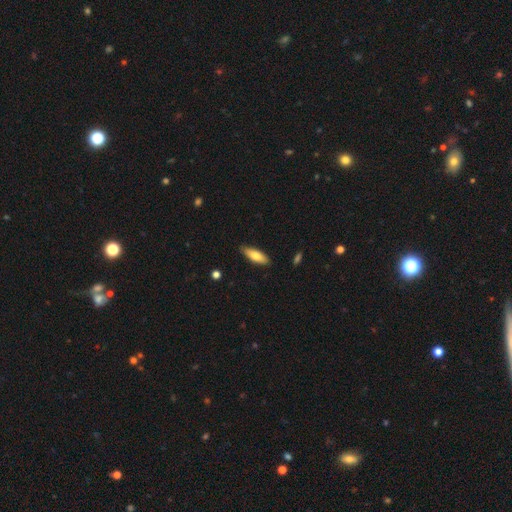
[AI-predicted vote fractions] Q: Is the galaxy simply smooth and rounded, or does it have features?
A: smooth — 76%.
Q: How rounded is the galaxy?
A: in between — 58%.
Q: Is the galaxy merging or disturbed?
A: none — 85%.